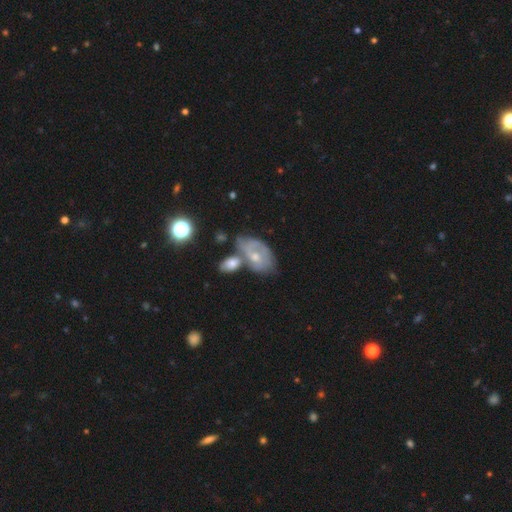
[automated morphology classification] This is possibly a featured or disk galaxy (59%). It is clearly not viewed edge-on (93%). Bar: likely no (67%). Spiral arm pattern: likely yes (64%). Central bulge: possibly moderate (54%). Merging: marginally none (37%).